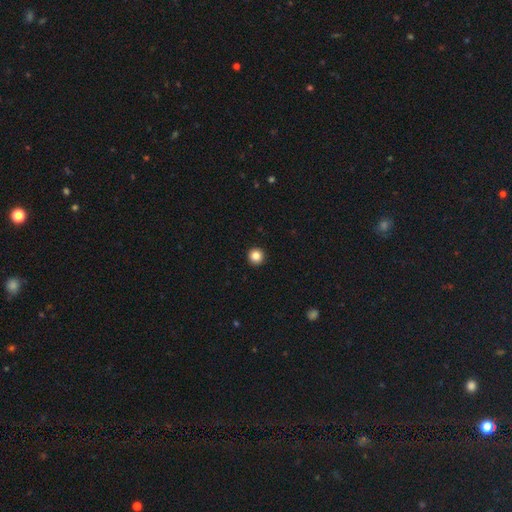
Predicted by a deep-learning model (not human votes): Smooth or featured: smooth — 85% (star or artifact — 10%)
How rounded: round — 96% (in between — 3%)
Merging: none — 94% (minor disturbance — 4%)